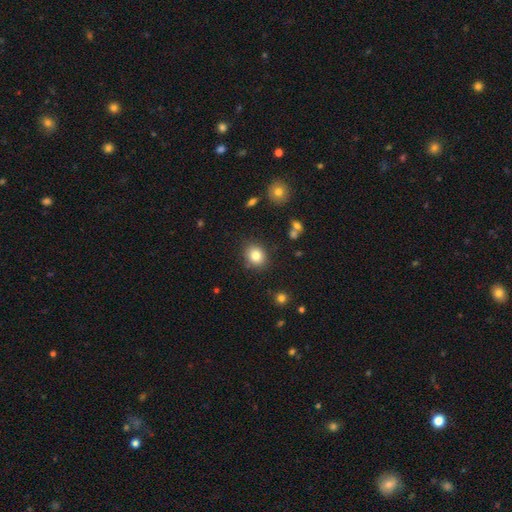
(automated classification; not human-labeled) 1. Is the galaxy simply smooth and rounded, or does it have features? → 82% smooth, 10% star or artifact, 8% featured or disk.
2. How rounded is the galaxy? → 64% round, 35% in between, 1% cigar-shaped.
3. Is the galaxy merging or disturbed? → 85% none, 9% minor disturbance, 3% major disturbance, 2% merger.